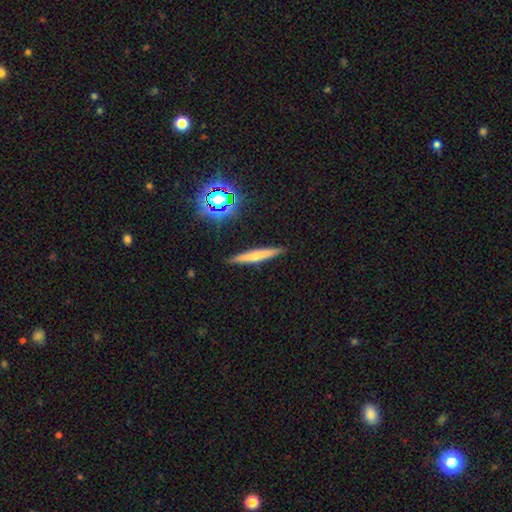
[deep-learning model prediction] Smooth or featured?
  - smooth: 50% *
  - featured or disk: 40%
  - star or artifact: 10%
Merging?
  - none: 89% *
  - minor disturbance: 8%
  - major disturbance: 2%
  - merger: 1%